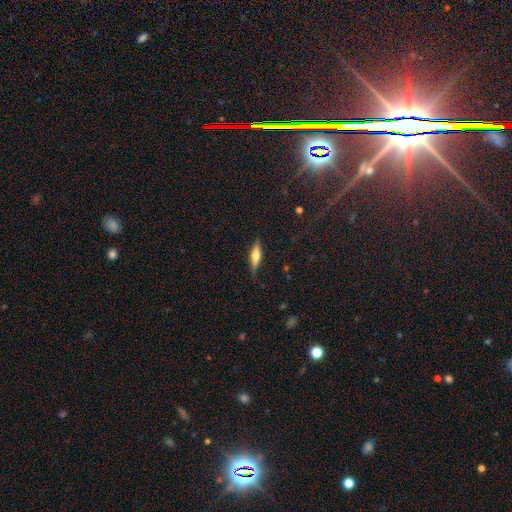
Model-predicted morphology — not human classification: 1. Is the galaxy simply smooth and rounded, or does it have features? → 54% featured or disk, 39% smooth, 7% star or artifact.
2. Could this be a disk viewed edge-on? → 95% yes, 5% no.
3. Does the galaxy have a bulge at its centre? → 86% rounded, 10% boxy, 4% none.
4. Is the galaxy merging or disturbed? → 85% none, 11% minor disturbance, 2% major disturbance, 1% merger.